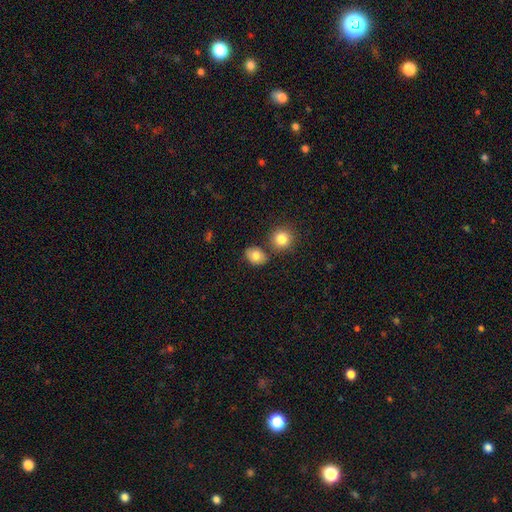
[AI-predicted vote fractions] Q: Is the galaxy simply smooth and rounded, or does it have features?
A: smooth — 81%.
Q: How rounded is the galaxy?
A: in between — 57%.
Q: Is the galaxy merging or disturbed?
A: none — 72%.